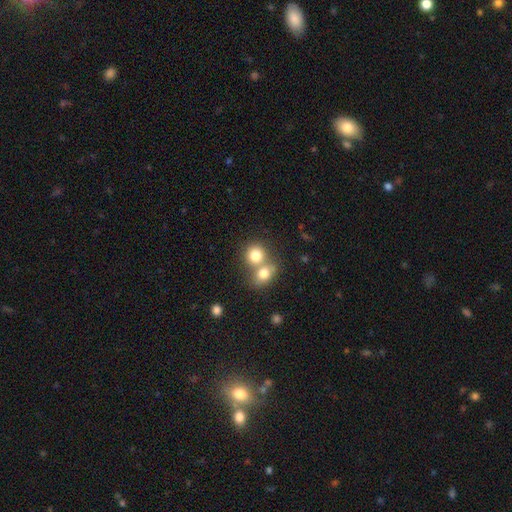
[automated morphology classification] Smooth or featured? smooth (78%)
How rounded? round (77%)
Merging? merger (54%)